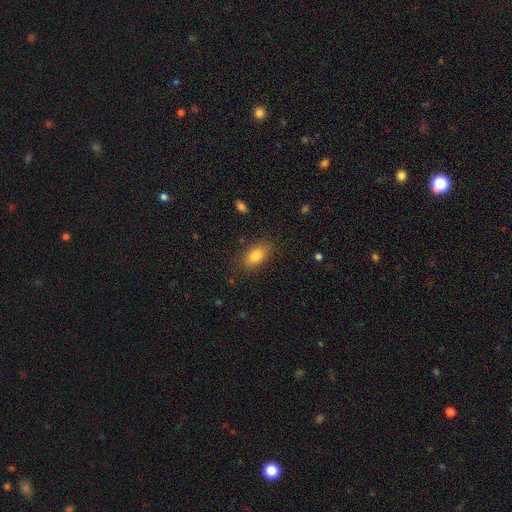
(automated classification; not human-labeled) Smooth or featured? smooth (82%)
How rounded? in between (87%)
Merging? none (82%)